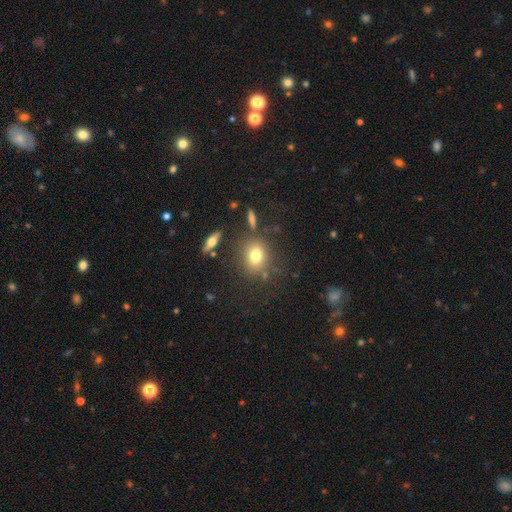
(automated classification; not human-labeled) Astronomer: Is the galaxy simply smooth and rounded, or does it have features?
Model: smooth — 75%.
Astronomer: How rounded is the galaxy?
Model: round — 58% (runner-up: in between, 40%).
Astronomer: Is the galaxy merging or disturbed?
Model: none — 76%.